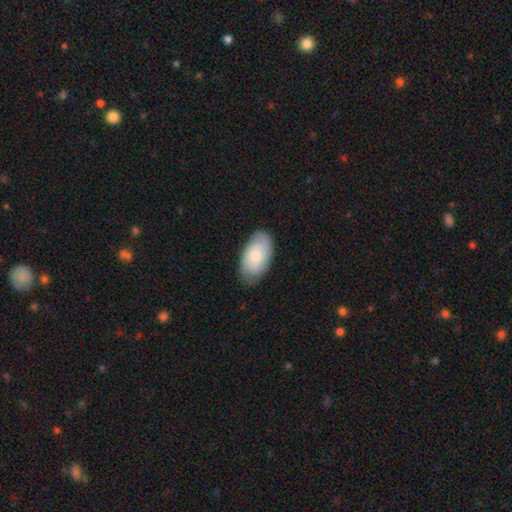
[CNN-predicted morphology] smooth_or_featured: smooth (p=0.64) [alt: featured or disk p=0.30]
how_rounded: in between (p=0.94) [alt: round p=0.04]
merging: none (p=0.80) [alt: minor disturbance p=0.16]